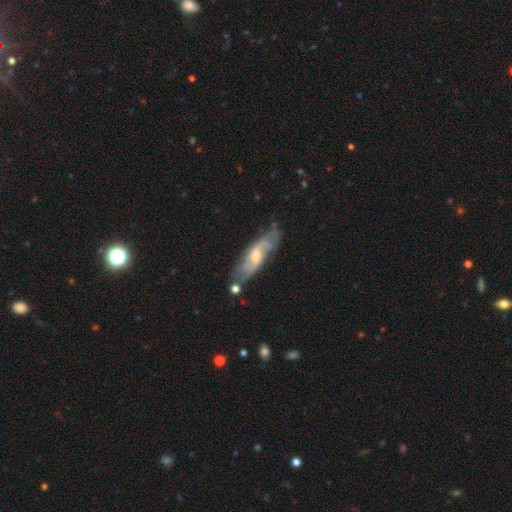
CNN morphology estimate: Q: Smooth or featured?
A: featured or disk (70%); runner-up: smooth (24%)
Q: Edge-on disk?
A: no (75%); runner-up: yes (25%)
Q: Bar?
A: weak (48%); runner-up: no (42%)
Q: Spiral arms?
A: yes (88%); runner-up: no (12%)
Q: Bulge size?
A: moderate (54%); runner-up: small (34%)
Q: Merging?
A: none (68%); runner-up: minor disturbance (21%)